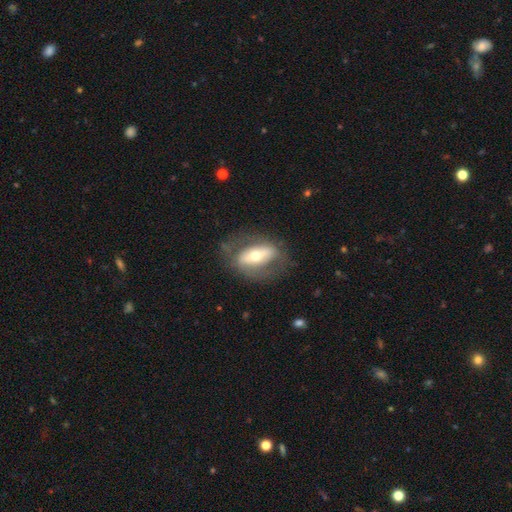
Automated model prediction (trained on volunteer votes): smooth-or-featured: featured or disk: 56% | smooth: 37% | star or artifact: 6%
  disk-edge-on: no: 81% | yes: 19%
  merging: none: 66% | minor disturbance: 18% | major disturbance: 14% | merger: 2%